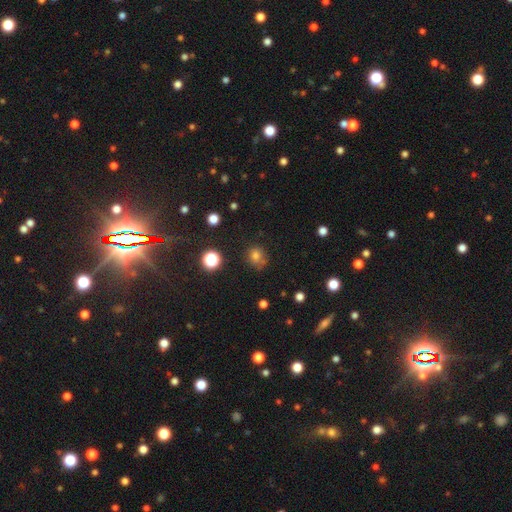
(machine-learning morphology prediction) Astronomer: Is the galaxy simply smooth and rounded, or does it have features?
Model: smooth — 72%.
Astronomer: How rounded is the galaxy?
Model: round — 79%.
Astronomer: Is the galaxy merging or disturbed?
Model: none — 68%.